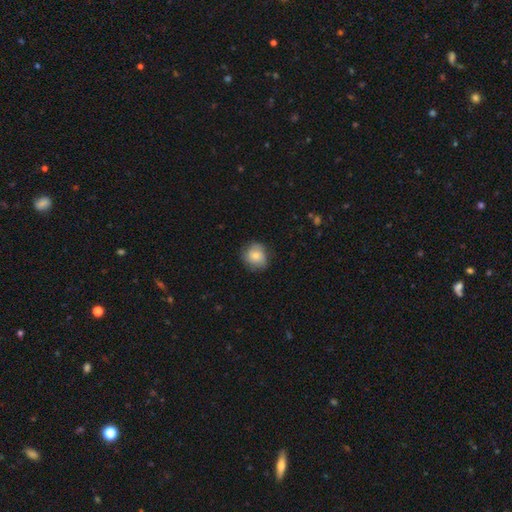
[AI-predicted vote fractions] Smooth or featured: smooth — 75% (featured or disk — 17%)
How rounded: round — 85% (in between — 14%)
Merging: none — 76% (minor disturbance — 19%)